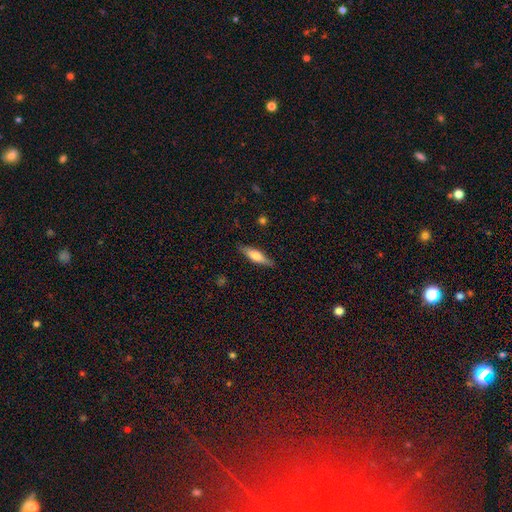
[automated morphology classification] smooth_or_featured: smooth (p=0.53) [alt: featured or disk p=0.41]
how_rounded: cigar-shaped (p=0.69) [alt: in between p=0.29]
merging: none (p=0.86) [alt: minor disturbance p=0.10]